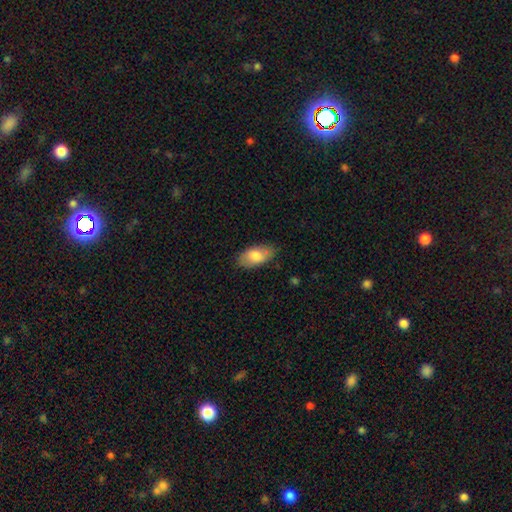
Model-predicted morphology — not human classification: Smooth or featured? Predicted: smooth (p=0.78). How rounded? Predicted: in between (p=0.93). Merging? Predicted: none (p=0.77).